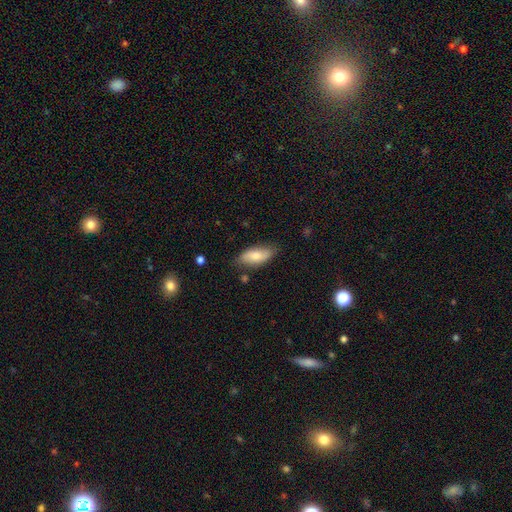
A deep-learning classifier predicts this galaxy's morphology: A smooth galaxy with no disk features (71%) that is in between round and cigar-shaped (86%). Merging: none (76%).